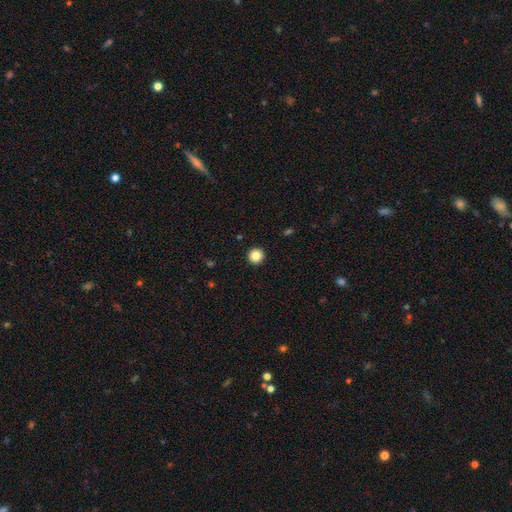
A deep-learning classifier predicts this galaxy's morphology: Q: Smooth or featured?
A: smooth (85%); runner-up: star or artifact (10%)
Q: How rounded?
A: round (96%); runner-up: in between (3%)
Q: Merging?
A: none (94%); runner-up: minor disturbance (4%)